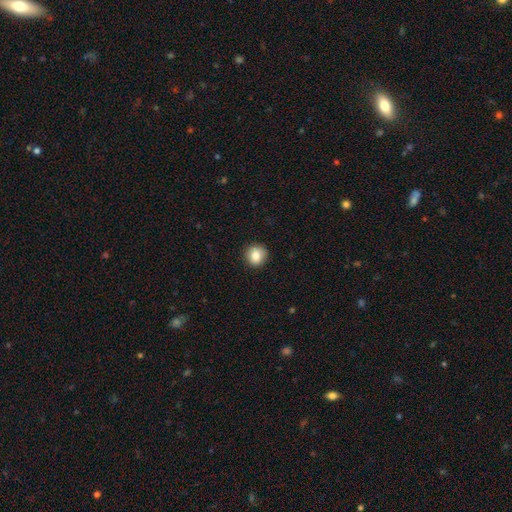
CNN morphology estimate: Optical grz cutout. It shows a smooth galaxy with no disk features (85%) that is round (90%). Merging: none (91%).